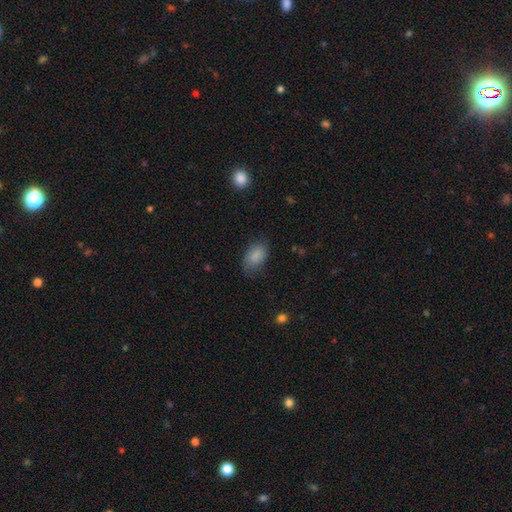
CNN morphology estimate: smooth_or_featured: smooth (p=0.86) [alt: star or artifact p=0.07]
how_rounded: in between (p=0.91) [alt: round p=0.08]
merging: none (p=0.72) [alt: minor disturbance p=0.21]